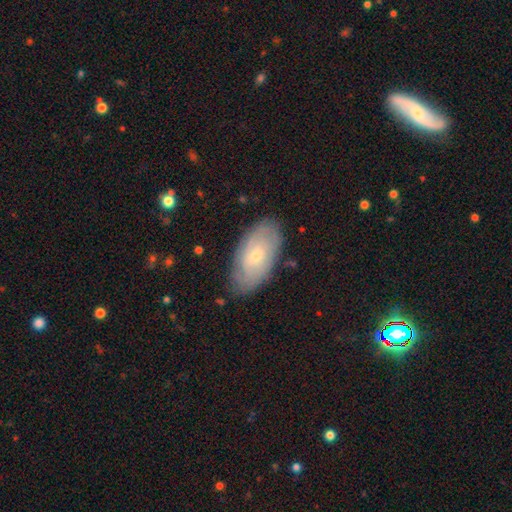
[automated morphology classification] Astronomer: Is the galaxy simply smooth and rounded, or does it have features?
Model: featured or disk — 53% (runner-up: smooth, 40%).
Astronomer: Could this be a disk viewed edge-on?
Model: no — 92%.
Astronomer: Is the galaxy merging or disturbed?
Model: none — 78%.